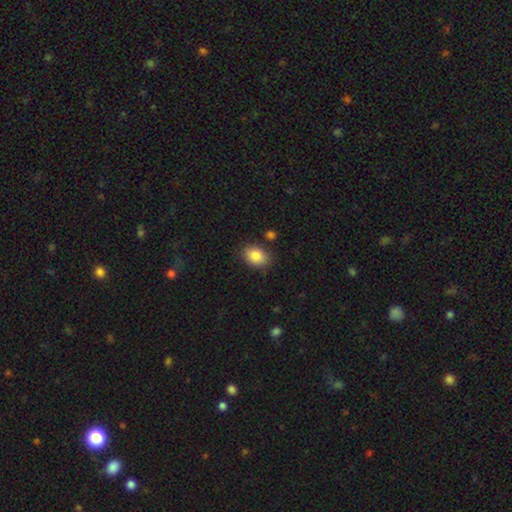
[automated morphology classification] smooth 86%, star or artifact 8%, featured or disk 6%. Down the decision tree: how rounded — in between (70%); merging — none (82%).